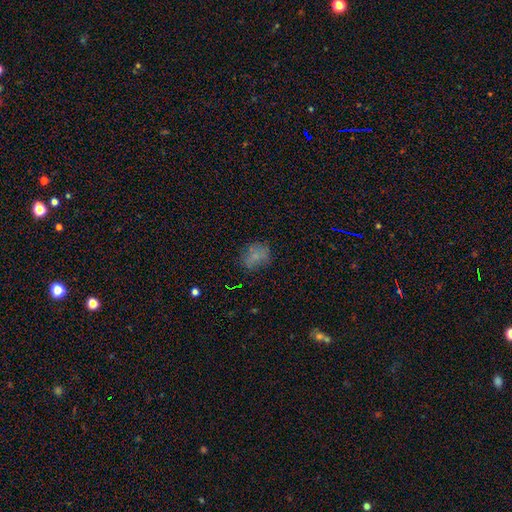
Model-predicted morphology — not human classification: This is likely a smooth galaxy (70%). How rounded: possibly round (52%). Merging: likely none (68%).